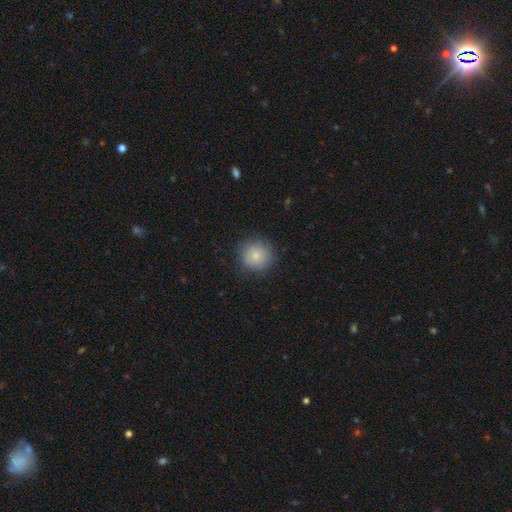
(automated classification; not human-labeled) Smooth or featured? smooth (82%)
How rounded? round (93%)
Merging? none (85%)